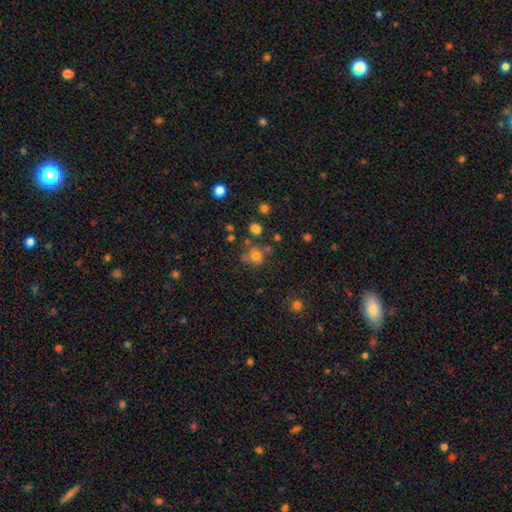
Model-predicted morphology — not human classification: Smooth or featured?
  - smooth: 70% *
  - star or artifact: 17%
  - featured or disk: 13%
How rounded?
  - round: 76% *
  - in between: 23%
  - cigar-shaped: 1%
Merging?
  - none: 56% *
  - merger: 18%
  - minor disturbance: 17%
  - major disturbance: 9%